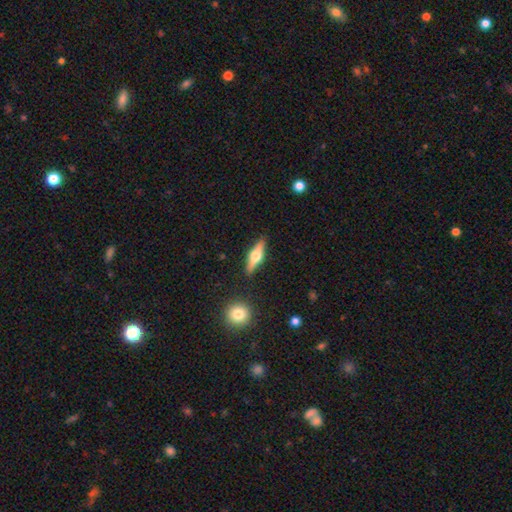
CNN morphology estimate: type=featured or disk (62%); edge-on=yes (95%); edge-on bulge=rounded (94%); merging=none (87%).